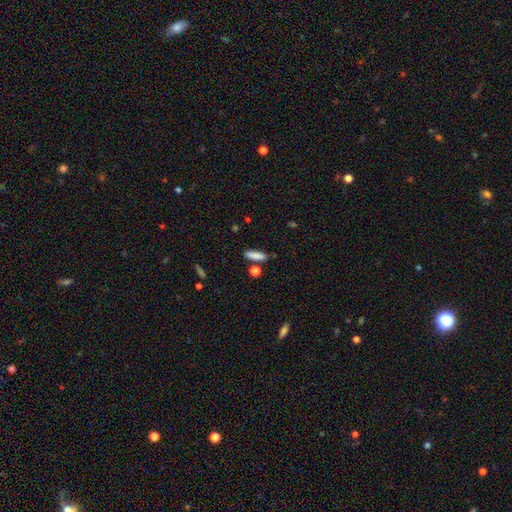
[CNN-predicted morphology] Smooth or featured?
  - smooth: 85% *
  - featured or disk: 8%
  - star or artifact: 7%
How rounded?
  - cigar-shaped: 62% *
  - in between: 35%
  - round: 3%
Merging?
  - none: 82% *
  - minor disturbance: 10%
  - merger: 5%
  - major disturbance: 3%